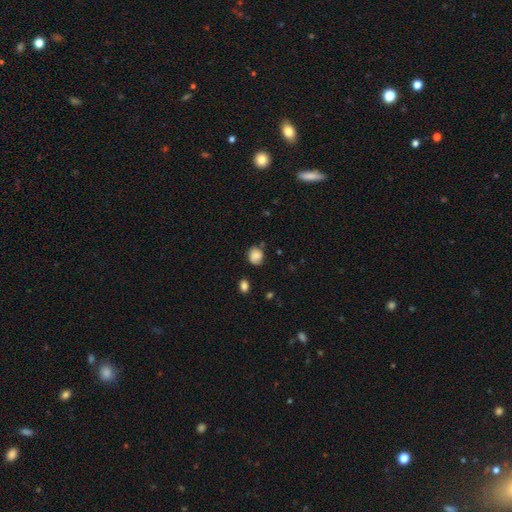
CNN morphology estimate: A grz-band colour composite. It shows a smooth galaxy with no disk features (79%) that is round (69%). Merging: none (67%).